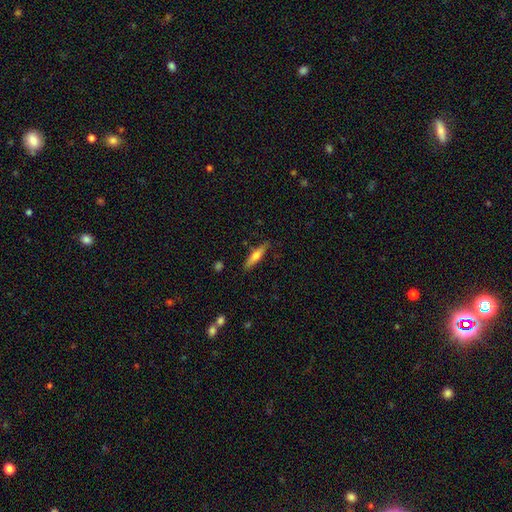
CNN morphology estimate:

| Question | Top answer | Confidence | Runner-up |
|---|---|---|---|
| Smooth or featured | smooth | 56% | featured or disk (37%) |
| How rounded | cigar-shaped | 78% | in between (20%) |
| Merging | none | 83% | minor disturbance (12%) |